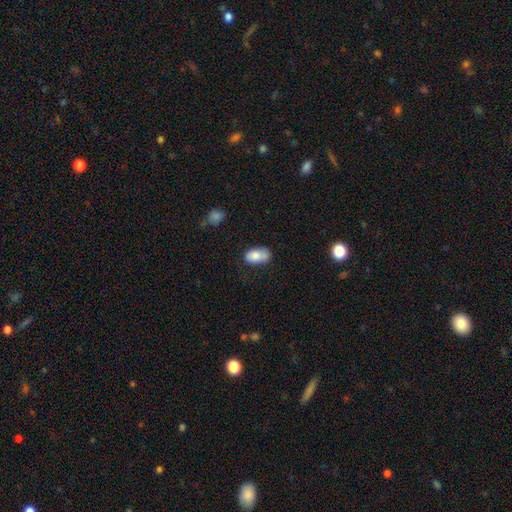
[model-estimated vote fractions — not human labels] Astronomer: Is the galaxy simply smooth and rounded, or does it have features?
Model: smooth — 80%.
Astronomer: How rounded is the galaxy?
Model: in between — 92%.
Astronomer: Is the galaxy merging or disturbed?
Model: none — 54% (runner-up: minor disturbance, 30%).